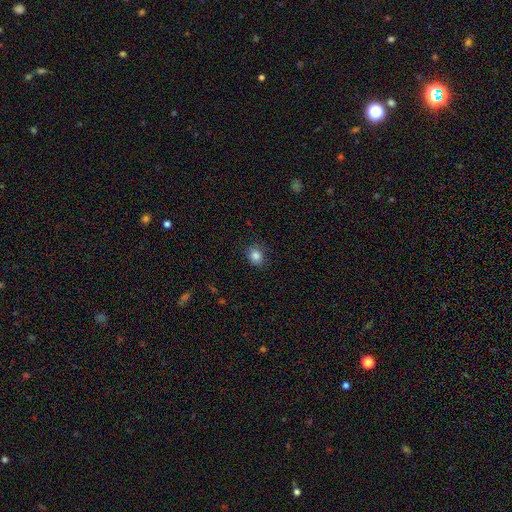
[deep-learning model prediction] Smooth or featured: smooth — 84% (star or artifact — 11%)
How rounded: round — 70% (in between — 29%)
Merging: none — 83% (minor disturbance — 13%)